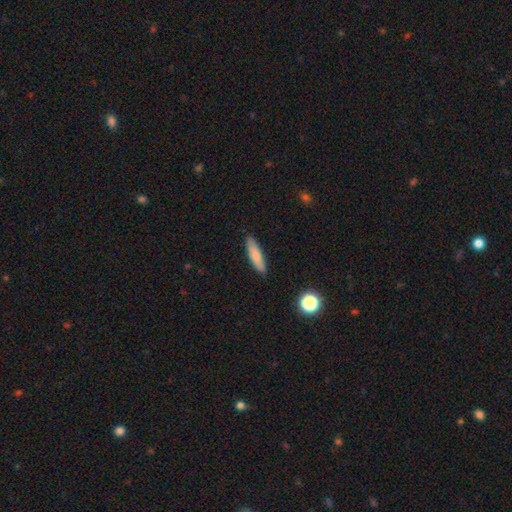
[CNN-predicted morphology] A smooth galaxy with no disk features (82%) that is cigar-shaped (76%).

Vote fractions:
- Smooth or featured? smooth: 82% / featured or disk: 12% / star or artifact: 7%
- How rounded? cigar-shaped: 76% / in between: 23% / round: 2%
- Merging? none: 89% / minor disturbance: 8% / major disturbance: 2% / merger: 1%